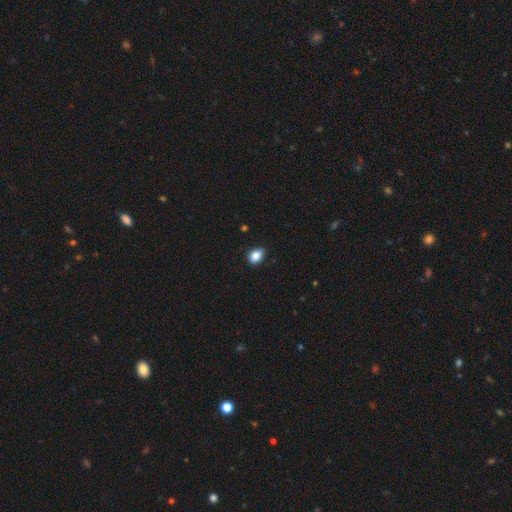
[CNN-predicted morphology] smooth-or-featured: smooth: 87% | star or artifact: 9% | featured or disk: 4%
  how-rounded: in between: 71% | round: 28% | cigar-shaped: 1%
  merging: none: 85% | minor disturbance: 12% | major disturbance: 2% | merger: 1%